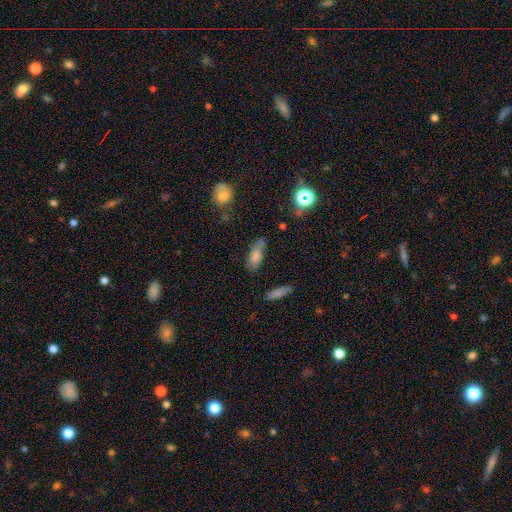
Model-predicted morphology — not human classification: Smooth or featured? smooth (70%)
How rounded? in between (72%)
Merging? none (62%)